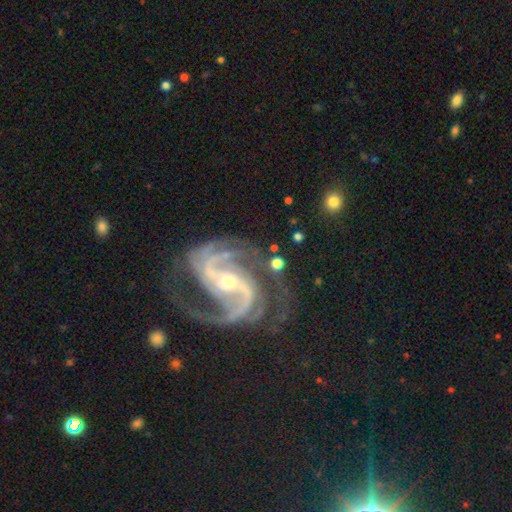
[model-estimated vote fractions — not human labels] Smooth or featured: featured or disk — 89% (star or artifact — 8%)
Edge-on disk: no — 98% (yes — 2%)
Bar: weak — 38% (strong — 33%)
Spiral arms: yes — 98% (no — 2%)
Spiral winding: medium — 58% (tight — 22%)
Spiral arm count: 2 — 85% (3 — 5%)
Bulge size: small — 56% (moderate — 40%)
Merging: none — 63% (minor disturbance — 19%)